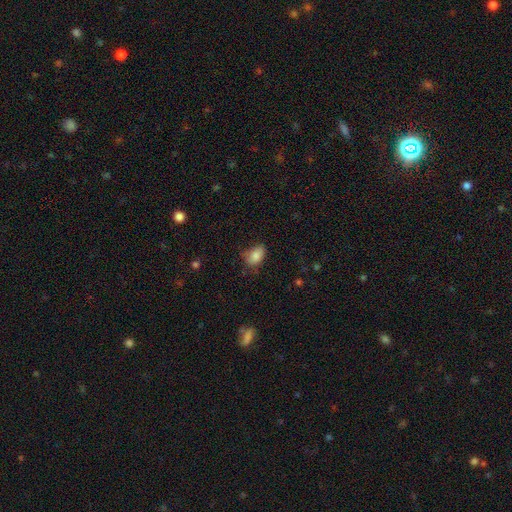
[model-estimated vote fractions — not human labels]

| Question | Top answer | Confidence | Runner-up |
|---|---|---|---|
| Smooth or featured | smooth | 83% | featured or disk (9%) |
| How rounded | in between | 87% | round (11%) |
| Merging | none | 59% | minor disturbance (31%) |